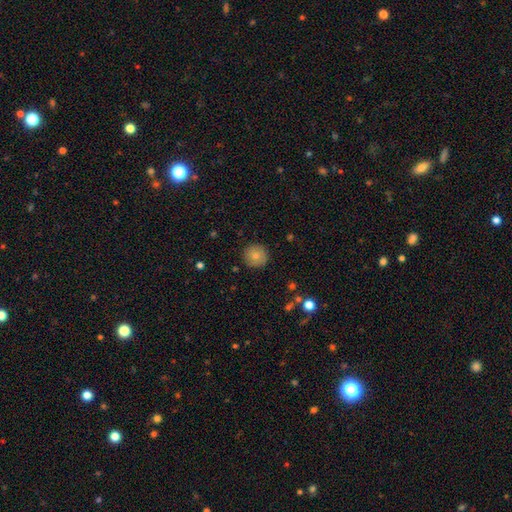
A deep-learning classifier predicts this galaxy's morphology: Smooth or featured? smooth (81%)
How rounded? round (95%)
Merging? none (90%)